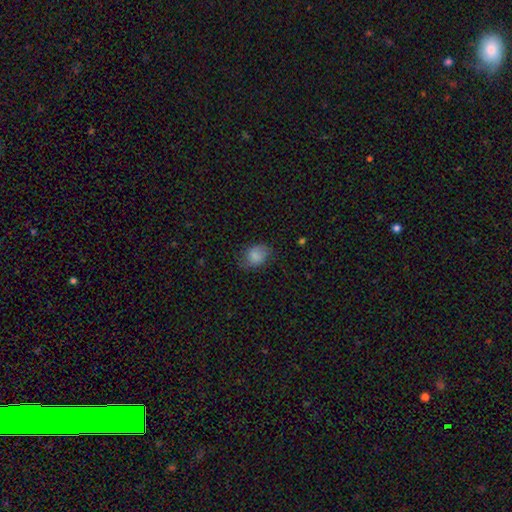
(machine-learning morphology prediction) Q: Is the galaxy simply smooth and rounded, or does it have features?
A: smooth — 80%.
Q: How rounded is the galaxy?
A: in between — 68%.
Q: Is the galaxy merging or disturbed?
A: none — 66%.